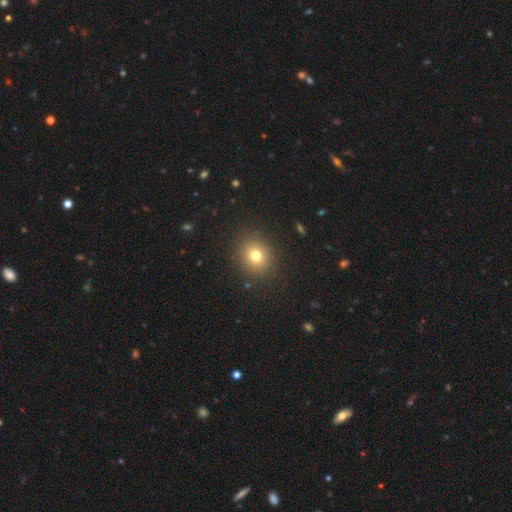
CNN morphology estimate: Smooth or featured?
  - smooth: 76% *
  - star or artifact: 14%
  - featured or disk: 9%
How rounded?
  - round: 80% *
  - in between: 19%
  - cigar-shaped: 1%
Merging?
  - none: 89% *
  - minor disturbance: 7%
  - major disturbance: 3%
  - merger: 1%